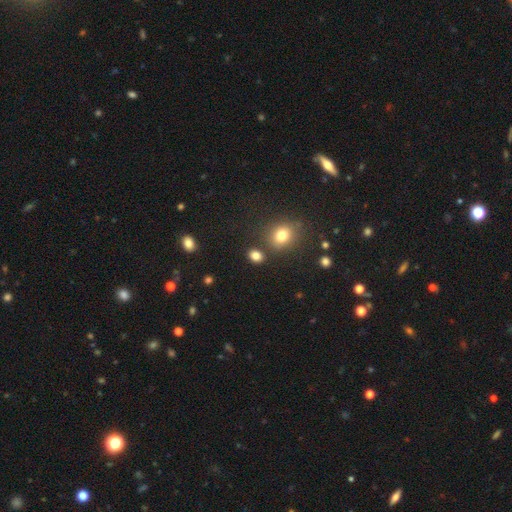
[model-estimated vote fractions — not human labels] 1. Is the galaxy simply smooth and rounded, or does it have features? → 82% smooth, 13% star or artifact, 5% featured or disk.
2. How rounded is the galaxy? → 54% in between, 44% round, 1% cigar-shaped.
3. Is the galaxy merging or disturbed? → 78% none, 10% minor disturbance, 8% merger, 3% major disturbance.